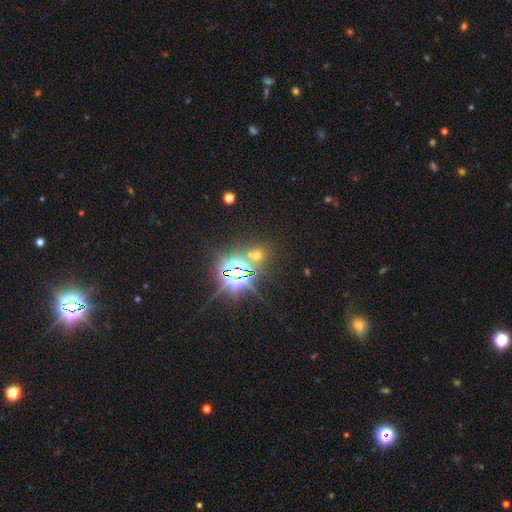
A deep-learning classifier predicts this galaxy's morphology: A star or artifact, not a galaxy (63%).